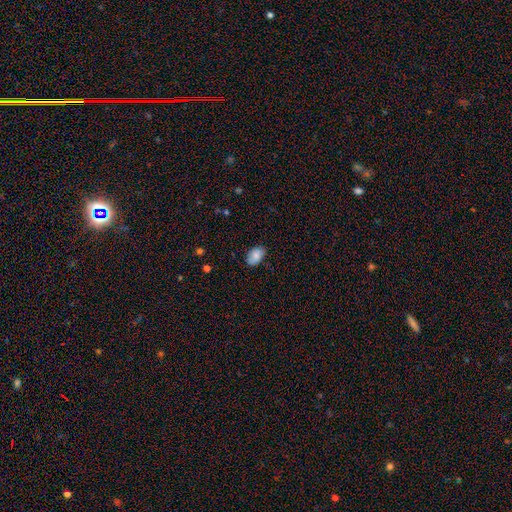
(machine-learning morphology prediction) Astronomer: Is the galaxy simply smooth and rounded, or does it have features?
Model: smooth — 84%.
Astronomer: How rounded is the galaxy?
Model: in between — 90%.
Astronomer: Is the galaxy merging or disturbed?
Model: none — 82%.